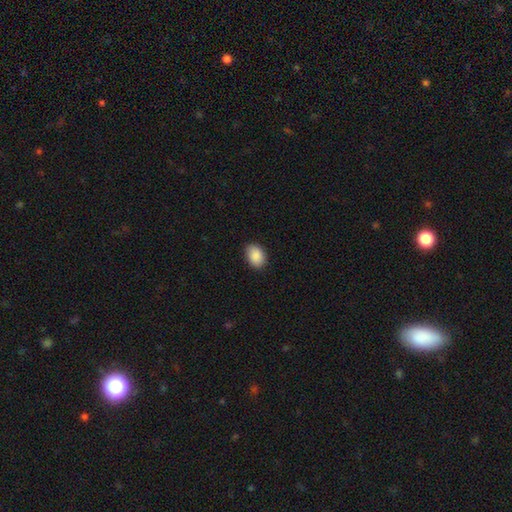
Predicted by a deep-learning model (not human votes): This appears to be a smooth galaxy with no disk features (90%) that is in between round and cigar-shaped (81%). Merging: none (86%).